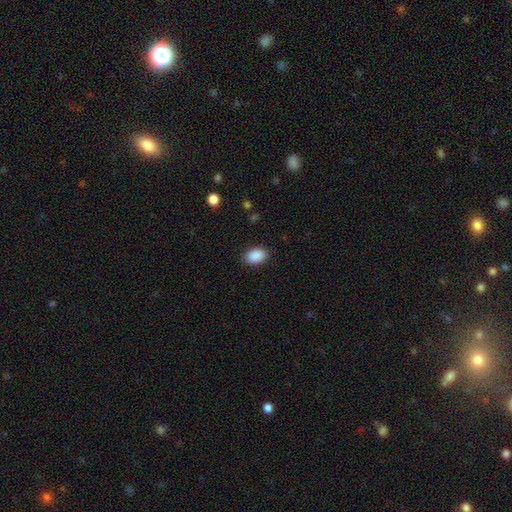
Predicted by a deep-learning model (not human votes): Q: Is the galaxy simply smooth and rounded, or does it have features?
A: smooth — 90%.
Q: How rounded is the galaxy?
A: in between — 84%.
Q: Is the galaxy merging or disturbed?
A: none — 88%.